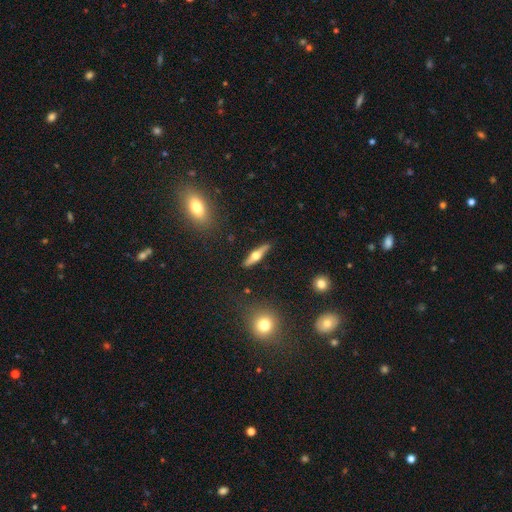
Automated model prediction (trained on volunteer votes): Overall: featured or disk (65%; smooth 29%). Edge-on disk: yes (95%). Edge-on bulge: rounded (95%). Merging: none (88%).